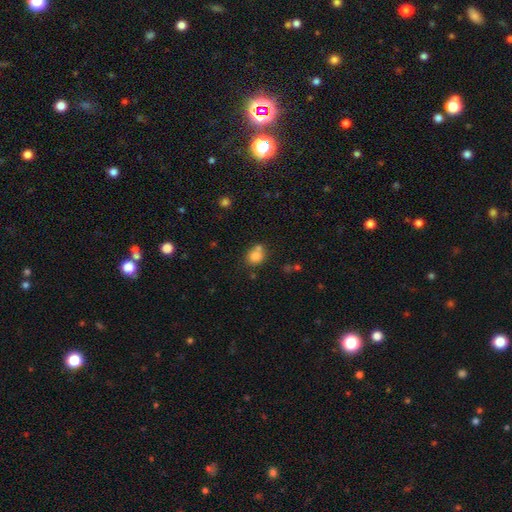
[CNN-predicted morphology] Overall: smooth (80%). How rounded: round (72%). Merging: none (52%; merger 32%).